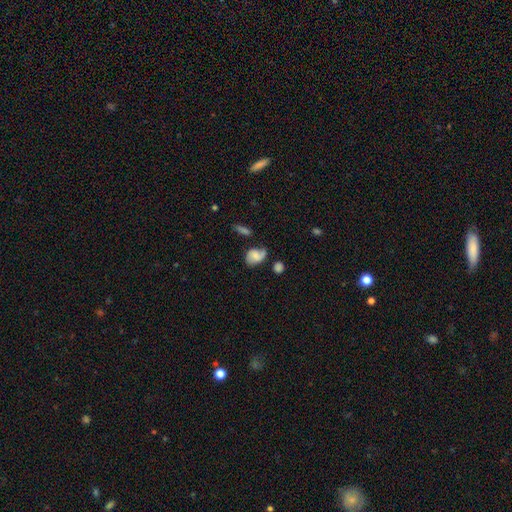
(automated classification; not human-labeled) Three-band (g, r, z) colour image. It shows a smooth galaxy with no disk features (48%). Merging: none (50%).